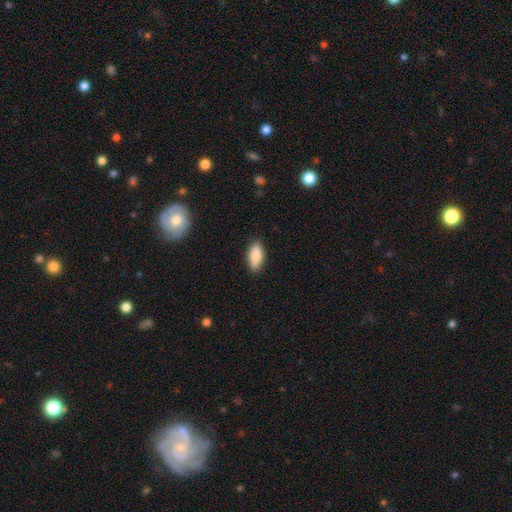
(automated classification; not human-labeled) This appears to be a smooth galaxy with no disk features (87%) that is in between round and cigar-shaped (83%). Merging: none (87%).